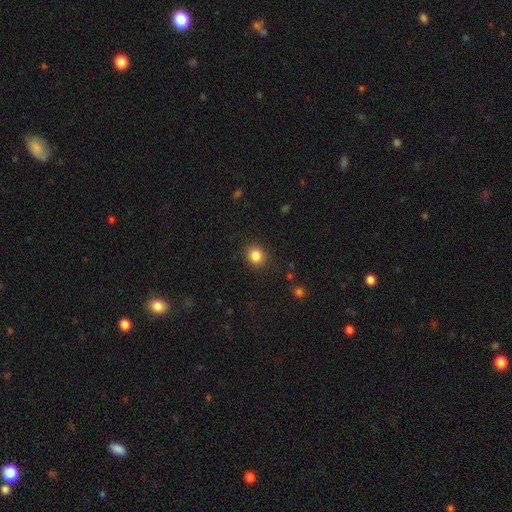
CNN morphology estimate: Smooth or featured? smooth (85%)
How rounded? round (77%)
Merging? none (88%)